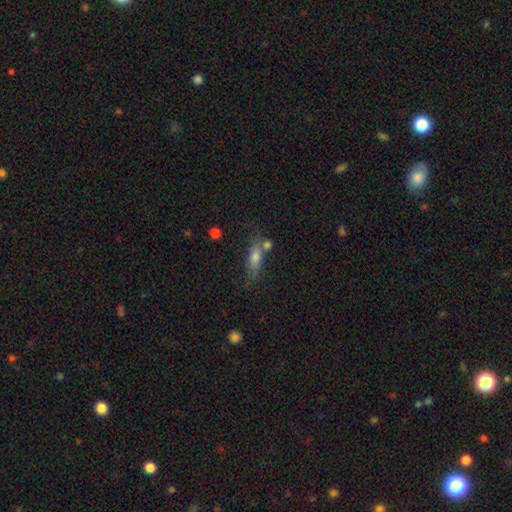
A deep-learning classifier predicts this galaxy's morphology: Q: Smooth or featured?
A: smooth (48%); runner-up: featured or disk (31%)
Q: Merging?
A: none (61%); runner-up: merger (16%)